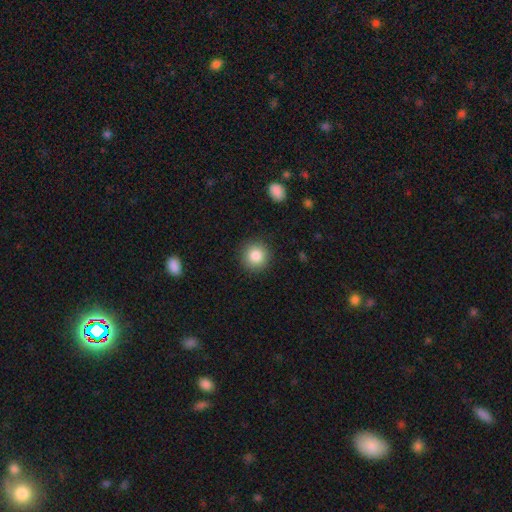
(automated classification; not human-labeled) Smooth or featured?
  - smooth: 84% *
  - star or artifact: 9%
  - featured or disk: 7%
How rounded?
  - round: 93% *
  - in between: 6%
  - cigar-shaped: 1%
Merging?
  - none: 91% *
  - minor disturbance: 6%
  - major disturbance: 2%
  - merger: 1%